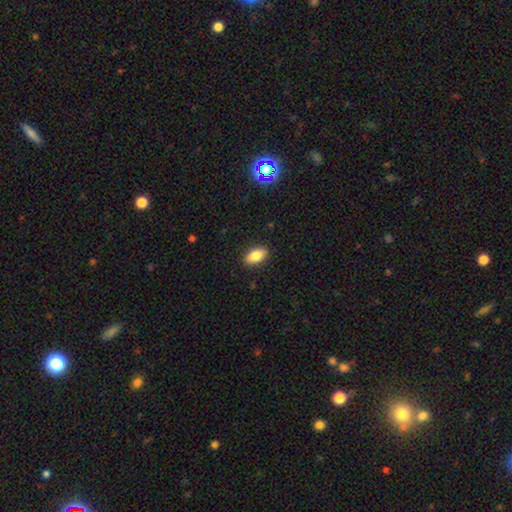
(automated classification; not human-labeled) smooth 83%, featured or disk 10%, star or artifact 7%. Down the decision tree: how rounded — in between (89%); merging — none (89%).